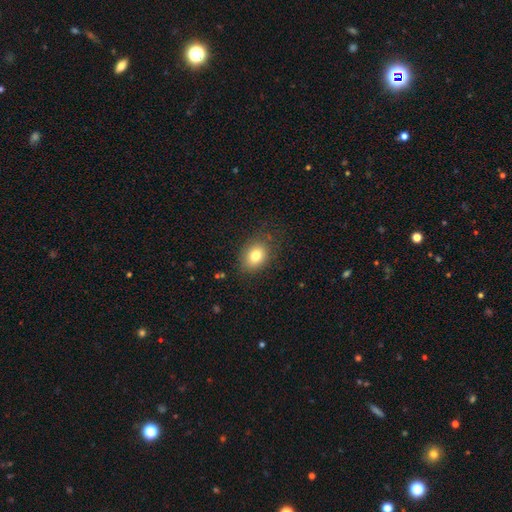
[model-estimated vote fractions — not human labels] Smooth or featured?
  - smooth: 79% *
  - featured or disk: 11%
  - star or artifact: 10%
How rounded?
  - in between: 62% *
  - round: 37%
  - cigar-shaped: 1%
Merging?
  - none: 79% *
  - minor disturbance: 14%
  - major disturbance: 5%
  - merger: 1%